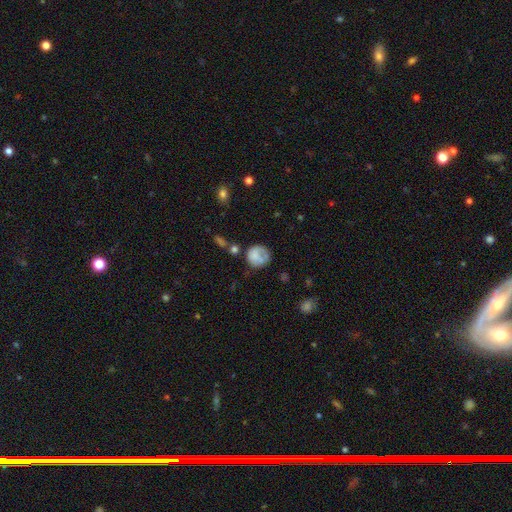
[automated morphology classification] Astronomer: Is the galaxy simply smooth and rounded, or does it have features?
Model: smooth — 68%.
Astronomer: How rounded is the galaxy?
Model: round — 79%.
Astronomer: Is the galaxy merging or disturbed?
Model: none — 47% (runner-up: minor disturbance, 25%).